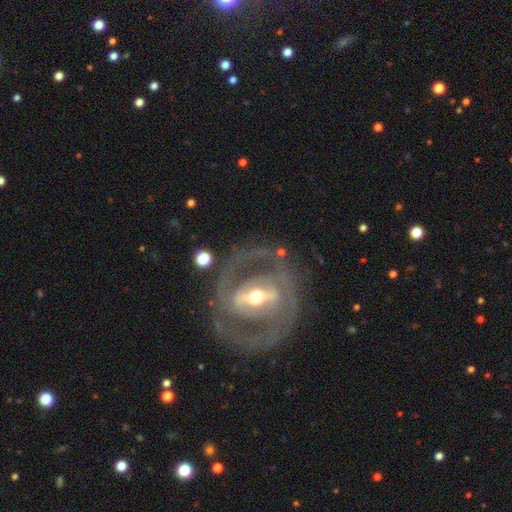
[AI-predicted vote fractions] Smooth or featured? Predicted: featured or disk (p=0.84). Edge-on disk? Predicted: no (p=0.93). Bar? Predicted: strong (p=0.57). Spiral arms? Predicted: yes (p=0.70). Spiral winding? Predicted: tight (p=0.52). Spiral arm count? Predicted: 2 (p=0.67). Bulge size? Predicted: moderate (p=0.47). Merging? Predicted: none (p=0.75).